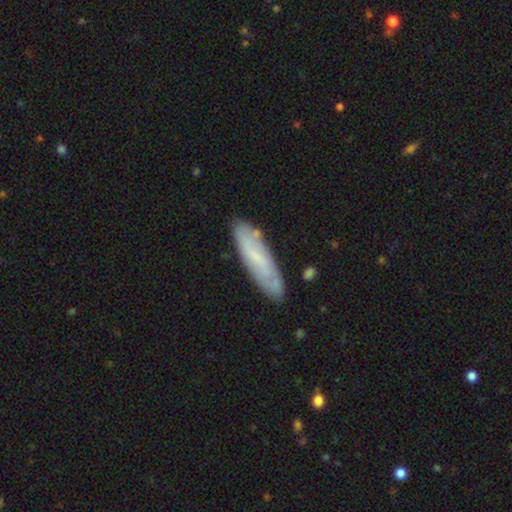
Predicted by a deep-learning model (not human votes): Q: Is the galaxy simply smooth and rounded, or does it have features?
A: smooth — 50%.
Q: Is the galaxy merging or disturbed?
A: none — 81%.